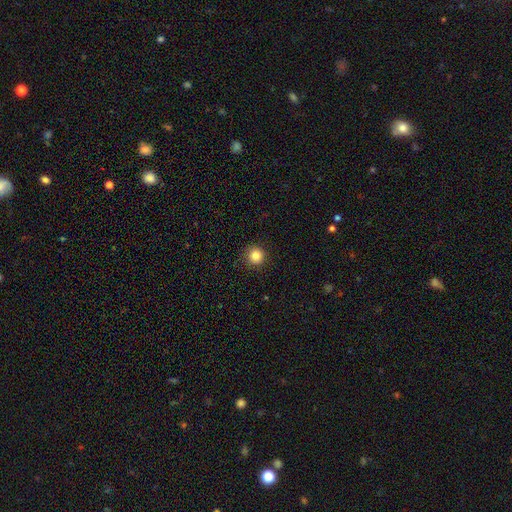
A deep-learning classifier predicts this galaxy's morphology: Q: Smooth or featured?
A: smooth (84%); runner-up: star or artifact (11%)
Q: How rounded?
A: round (95%); runner-up: in between (4%)
Q: Merging?
A: none (90%); runner-up: minor disturbance (7%)